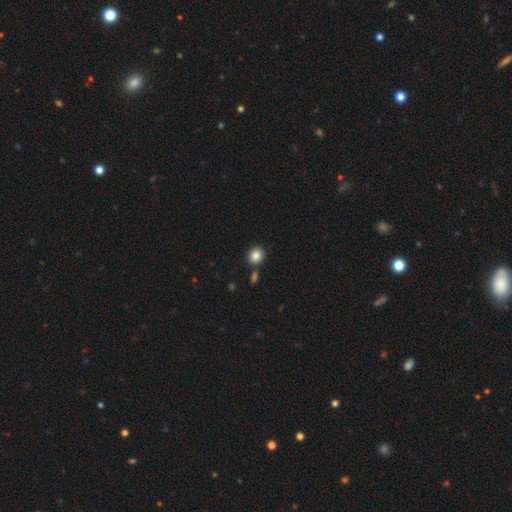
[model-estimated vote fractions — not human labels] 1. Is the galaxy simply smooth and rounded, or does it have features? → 86% smooth, 9% star or artifact, 4% featured or disk.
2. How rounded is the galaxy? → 83% round, 16% in between, 1% cigar-shaped.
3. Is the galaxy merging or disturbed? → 81% none, 9% minor disturbance, 8% merger, 2% major disturbance.